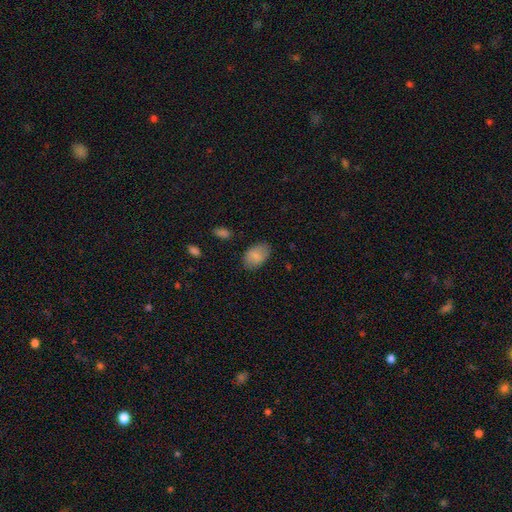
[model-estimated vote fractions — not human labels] Smooth or featured: smooth — 82% (featured or disk — 11%)
How rounded: in between — 90% (round — 9%)
Merging: none — 80% (minor disturbance — 15%)